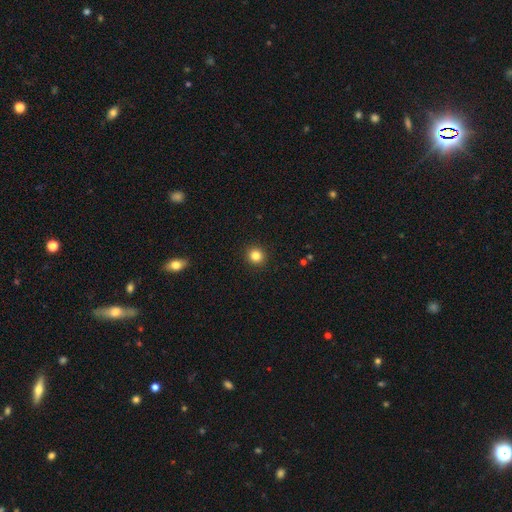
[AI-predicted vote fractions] Smooth or featured? smooth (84%)
How rounded? round (92%)
Merging? none (93%)